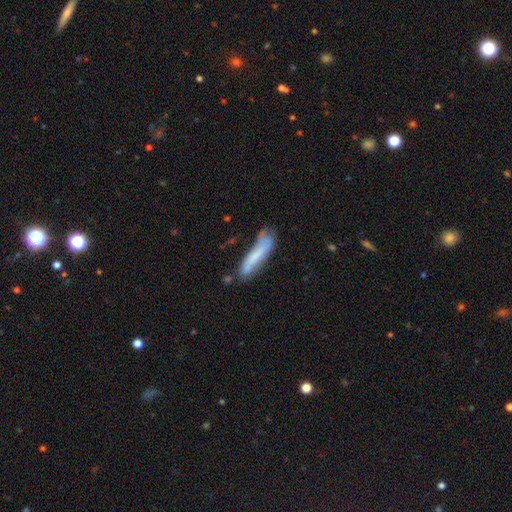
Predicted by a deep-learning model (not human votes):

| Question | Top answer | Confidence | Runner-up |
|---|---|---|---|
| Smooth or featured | smooth | 62% | featured or disk (30%) |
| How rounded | cigar-shaped | 82% | in between (17%) |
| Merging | none | 53% | minor disturbance (29%) |